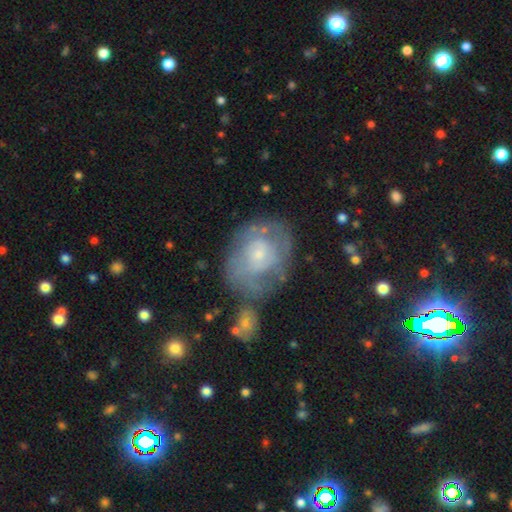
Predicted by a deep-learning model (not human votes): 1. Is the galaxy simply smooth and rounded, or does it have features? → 59% featured or disk, 27% smooth, 14% star or artifact.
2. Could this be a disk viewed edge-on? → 96% no, 4% yes.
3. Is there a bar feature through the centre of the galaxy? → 73% no, 23% weak, 5% strong.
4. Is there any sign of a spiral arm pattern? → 71% yes, 29% no.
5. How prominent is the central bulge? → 62% small, 29% moderate, 4% none, 4% large, 2% dominant.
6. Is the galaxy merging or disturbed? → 59% none, 21% minor disturbance, 11% major disturbance, 9% merger.